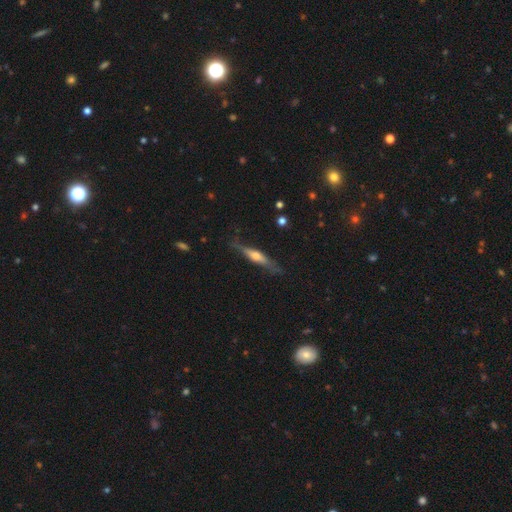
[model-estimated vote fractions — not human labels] This is possibly a featured or disk galaxy (60%). It is clearly viewed edge-on (92%). Edge-on bulge: likely rounded (79%). Merging: likely none (72%).